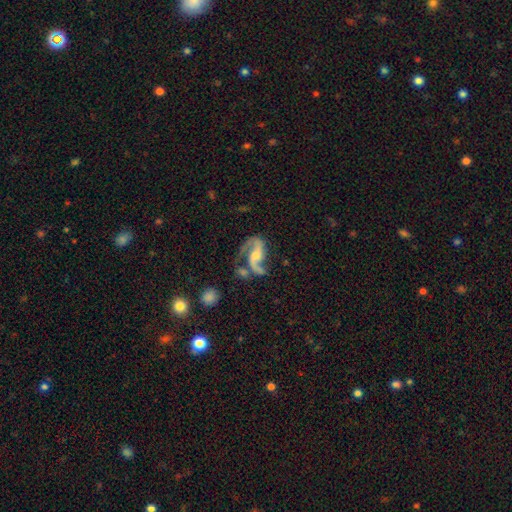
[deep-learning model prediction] Smooth or featured: featured or disk — 89% (smooth — 6%)
Edge-on disk: no — 97% (yes — 3%)
Bar: no — 46% (weak — 36%)
Spiral arms: yes — 96% (no — 4%)
Spiral winding: loose — 58% (medium — 35%)
Spiral arm count: 2 — 89% (1 — 6%)
Bulge size: moderate — 51% (small — 39%)
Merging: none — 48% (minor disturbance — 20%)